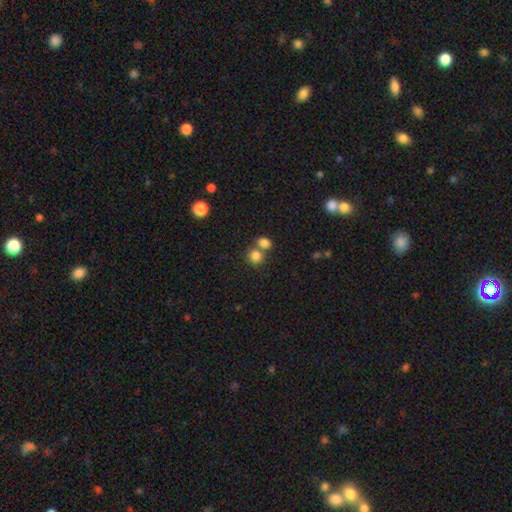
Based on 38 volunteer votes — A smooth galaxy with no disk features (82%) that is round (87%).

Vote fractions:
- Smooth or featured? smooth: 82% / featured or disk: 11% / star or artifact: 8%
- How rounded? round: 87% / in between: 13% / cigar-shaped: 0%
- Merging? none: 43% (tied) / merger: 43% (tied) / major disturbance: 11% / minor disturbance: 3%